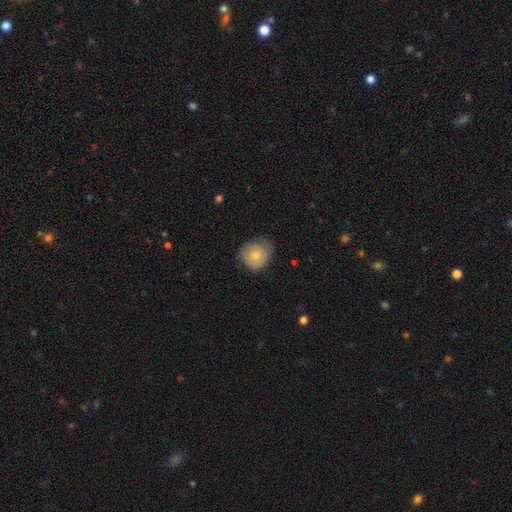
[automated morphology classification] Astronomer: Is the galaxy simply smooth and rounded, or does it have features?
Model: smooth — 69%.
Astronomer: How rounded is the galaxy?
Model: round — 84%.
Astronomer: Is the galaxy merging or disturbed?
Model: none — 59%.